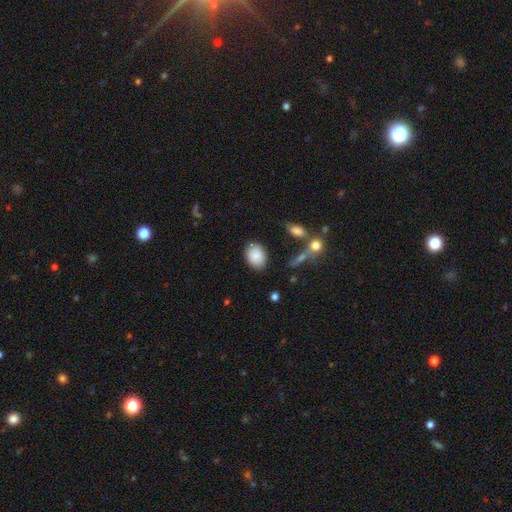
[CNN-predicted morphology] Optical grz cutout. It shows a smooth galaxy with no disk features (85%) that is in between round and cigar-shaped (82%). Merging: none (84%).